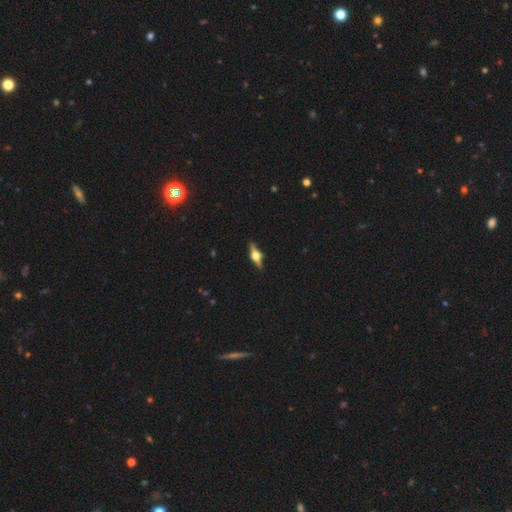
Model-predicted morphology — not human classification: The model was most divided on "smooth or featured": featured or disk: 76%, smooth: 17%, star or artifact: 7%. More confident: edge-on disk — yes (97%); edge-on bulge — rounded (95%); merging — none (89%).